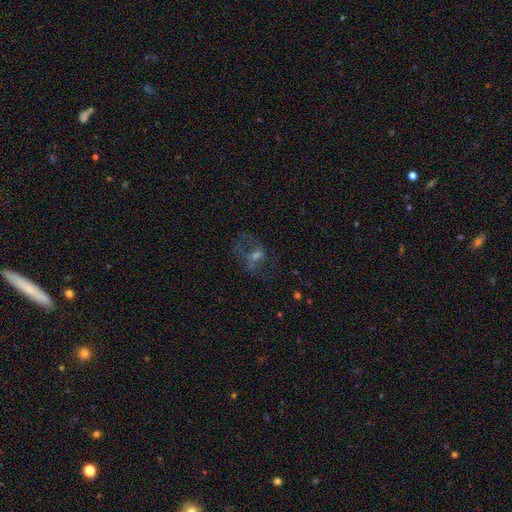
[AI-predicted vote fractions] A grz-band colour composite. It shows a featured or disk galaxy (54%) with no bar (55%), spiral arms (58%) and a moderate central bulge (43%). Merging: none (50%).